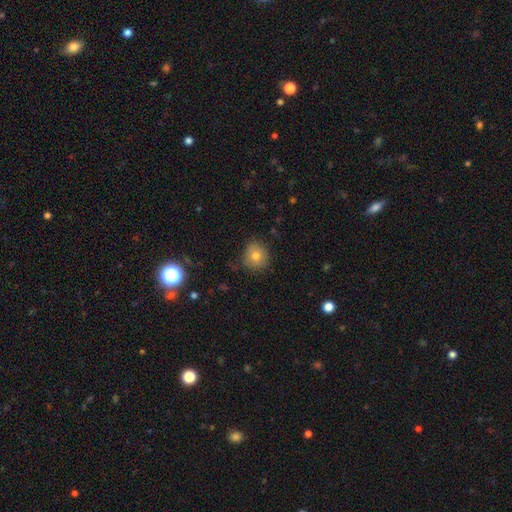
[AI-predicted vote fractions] This is likely a smooth galaxy (76%). How rounded: clearly round (87%). Merging: clearly none (83%).